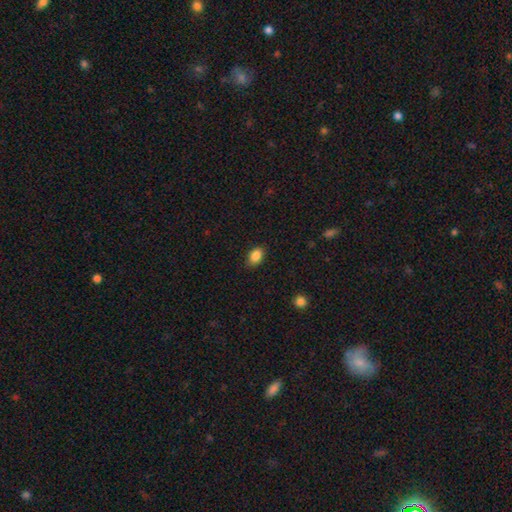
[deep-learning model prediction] smooth_or_featured: smooth (p=0.87) [alt: star or artifact p=0.09]
how_rounded: in between (p=0.80) [alt: round p=0.18]
merging: none (p=0.84) [alt: minor disturbance p=0.12]